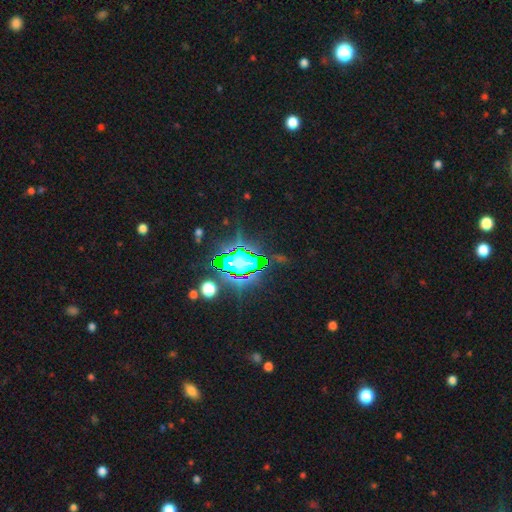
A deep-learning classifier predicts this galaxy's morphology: This appears to be a star or artifact, not a galaxy (84%).